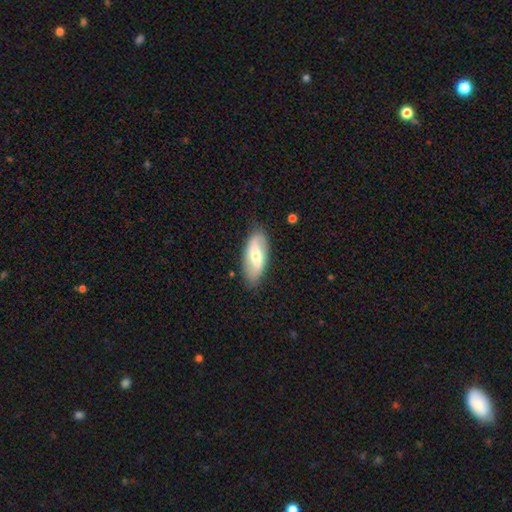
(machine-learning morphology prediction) Smooth or featured?
  - featured or disk: 50% *
  - smooth: 44%
  - star or artifact: 6%
Edge-on disk?
  - no: 82% *
  - yes: 18%
Merging?
  - none: 82% *
  - minor disturbance: 14%
  - major disturbance: 3%
  - merger: 1%